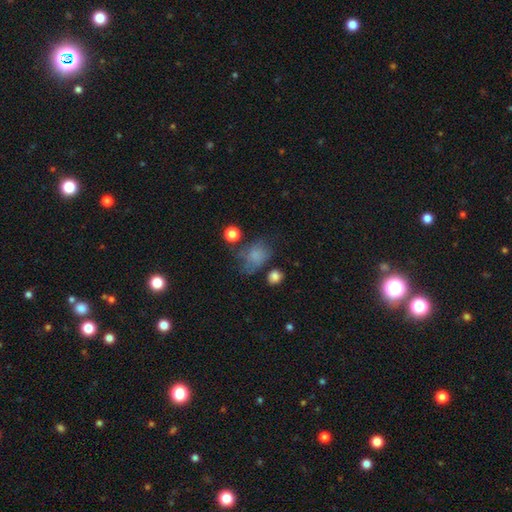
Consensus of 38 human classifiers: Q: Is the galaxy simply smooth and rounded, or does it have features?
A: smooth — 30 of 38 (79%).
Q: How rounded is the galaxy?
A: in between — 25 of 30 (83%).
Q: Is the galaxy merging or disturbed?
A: none — 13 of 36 (36%).